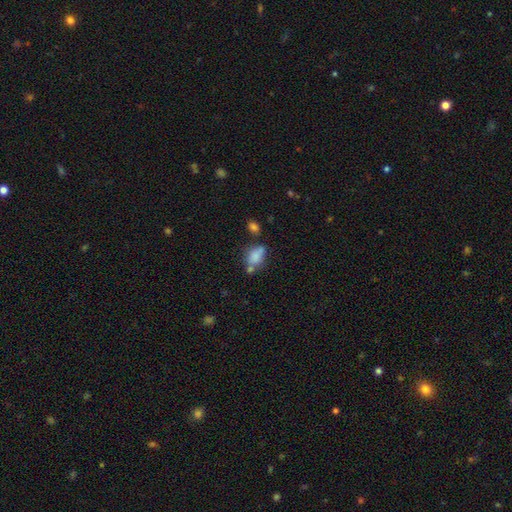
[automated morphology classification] smooth_or_featured: smooth (p=0.76) [alt: featured or disk p=0.14]
how_rounded: in between (p=0.81) [alt: round p=0.14]
merging: none (p=0.40) [alt: merger p=0.26]